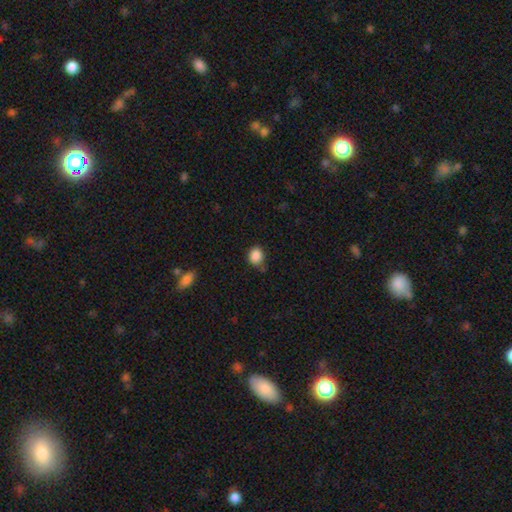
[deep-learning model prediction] smooth-or-featured: smooth: 87% | star or artifact: 9% | featured or disk: 3%
  how-rounded: round: 69% | in between: 30% | cigar-shaped: 1%
  merging: none: 74% | minor disturbance: 19% | major disturbance: 4% | merger: 4%